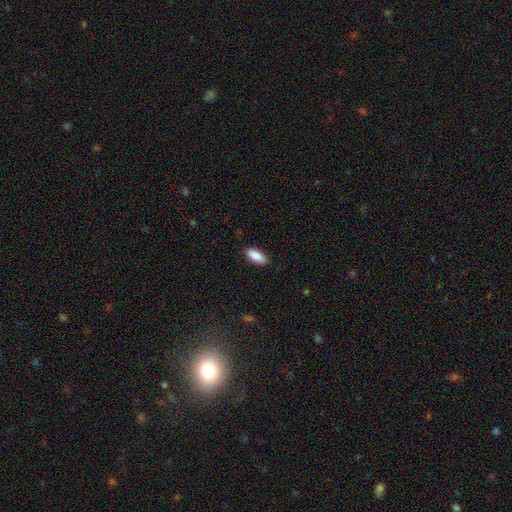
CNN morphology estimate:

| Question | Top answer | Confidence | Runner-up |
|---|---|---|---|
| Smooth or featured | smooth | 88% | star or artifact (6%) |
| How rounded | in between | 88% | cigar-shaped (10%) |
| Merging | none | 88% | minor disturbance (9%) |